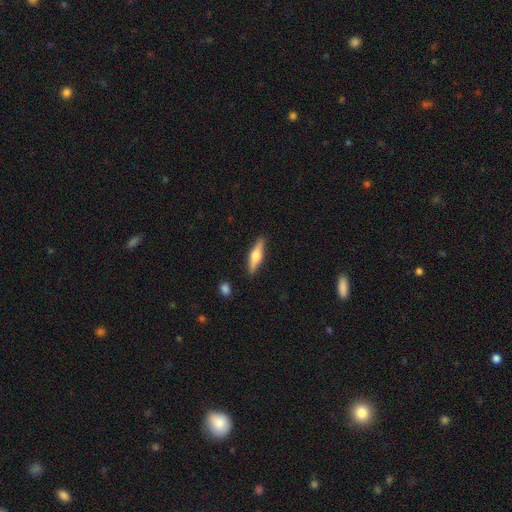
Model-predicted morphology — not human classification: A featured or disk galaxy (53%) viewed edge-on (95%) with a rounded central bulge (92%).

Vote fractions:
- Smooth or featured? featured or disk: 53% / smooth: 41% / star or artifact: 6%
- Edge-on disk? yes: 95% / no: 5%
- Edge-on bulge? rounded: 92% / boxy: 6% / none: 3%
- Merging? none: 88% / minor disturbance: 8% / major disturbance: 2% / merger: 2%